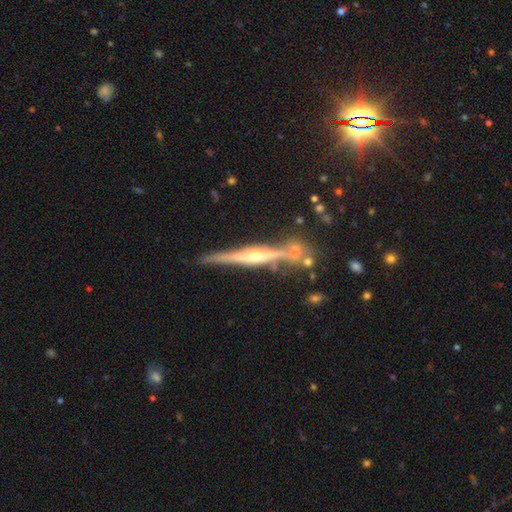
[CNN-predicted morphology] Smooth or featured? Predicted: featured or disk (p=0.81). Edge-on disk? Predicted: yes (p=0.97). Edge-on bulge? Predicted: rounded (p=0.81). Merging? Predicted: none (p=0.71).